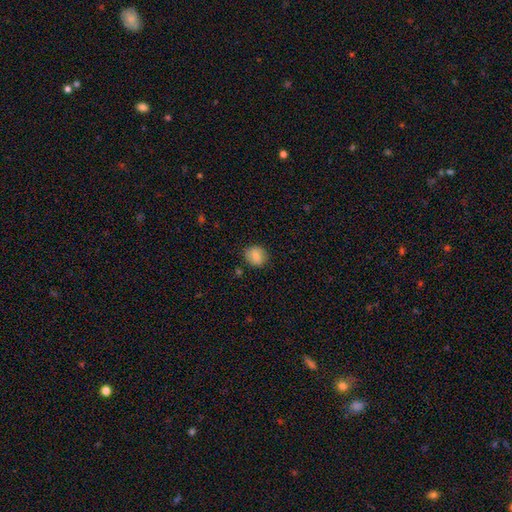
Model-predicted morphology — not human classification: This appears to be a smooth galaxy with no disk features (79%) that is round (77%). Merging: none (85%).